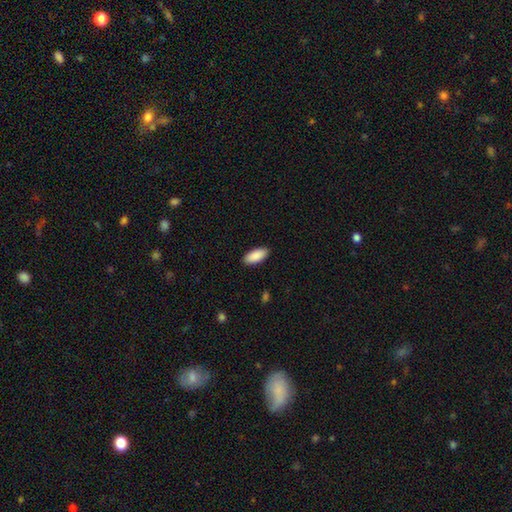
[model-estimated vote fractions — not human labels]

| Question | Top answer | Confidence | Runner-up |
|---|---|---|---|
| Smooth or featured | smooth | 91% | star or artifact (6%) |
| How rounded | in between | 89% | cigar-shaped (9%) |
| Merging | none | 89% | minor disturbance (8%) |